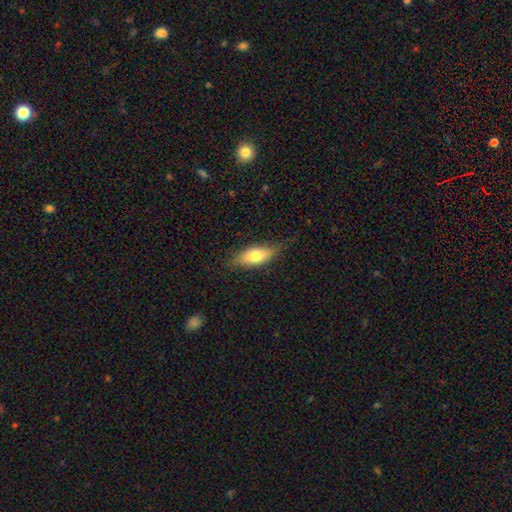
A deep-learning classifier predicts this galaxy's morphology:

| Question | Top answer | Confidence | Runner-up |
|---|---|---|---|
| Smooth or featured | smooth | 69% | featured or disk (24%) |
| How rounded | in between | 80% | cigar-shaped (17%) |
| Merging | none | 74% | minor disturbance (20%) |